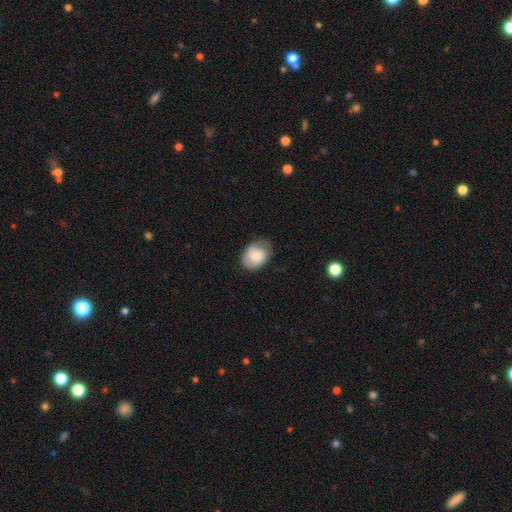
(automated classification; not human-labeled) smooth-or-featured: smooth: 71% | featured or disk: 21% | star or artifact: 7%
  how-rounded: in between: 66% | round: 34% | cigar-shaped: 1%
  merging: none: 71% | minor disturbance: 22% | major disturbance: 6% | merger: 1%